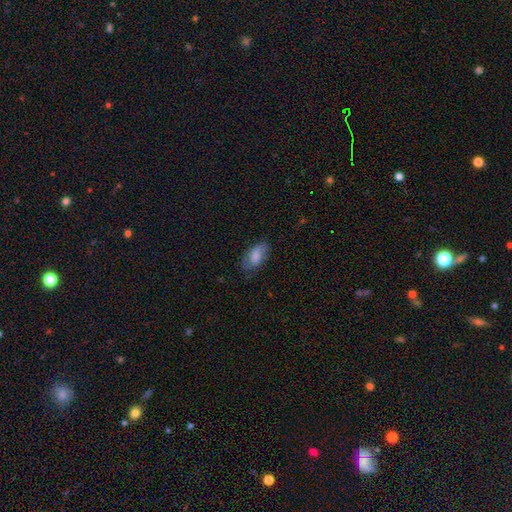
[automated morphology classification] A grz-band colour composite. It shows a smooth galaxy with no disk features (72%) that is in between round and cigar-shaped (92%). Merging: none (63%).